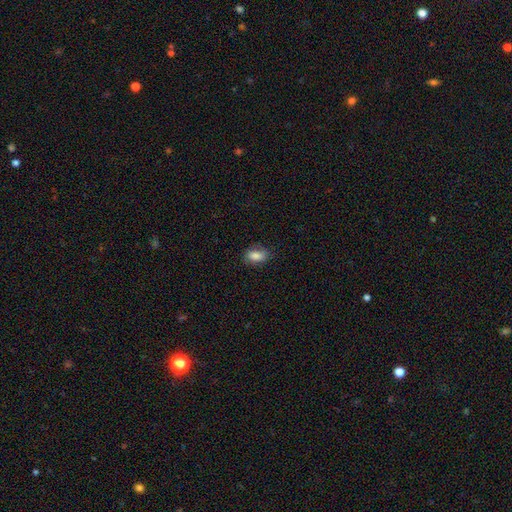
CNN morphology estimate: A smooth galaxy with no disk features (81%) that is in between round and cigar-shaped (87%). Merging: none (74%).